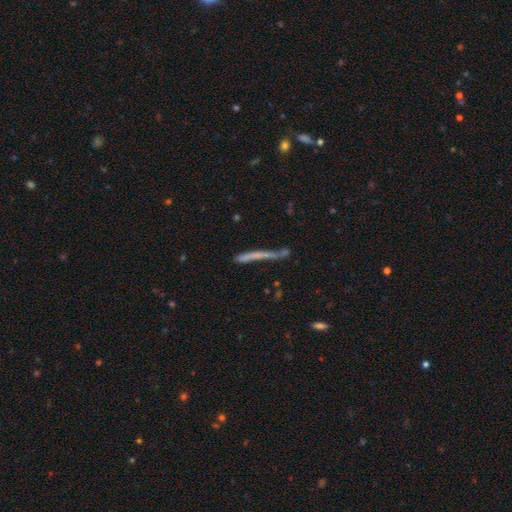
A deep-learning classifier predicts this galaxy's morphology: smooth_or_featured: smooth (p=0.51) [alt: featured or disk p=0.39]
how_rounded: cigar-shaped (p=0.96) [alt: in between p=0.03]
merging: none (p=0.61) [alt: minor disturbance p=0.20]